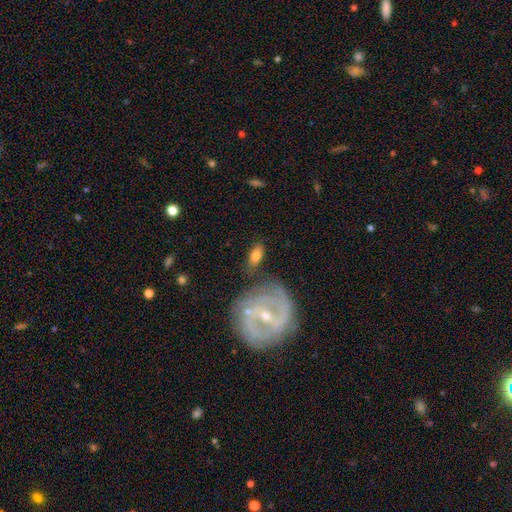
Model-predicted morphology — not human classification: This is likely a smooth galaxy (66%). How rounded: clearly in between (87%). Merging: likely none (70%).